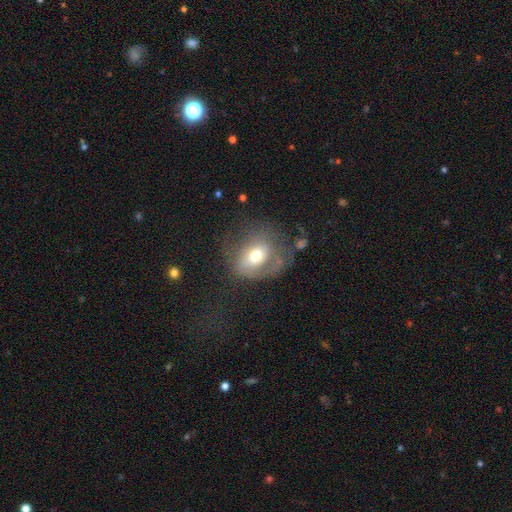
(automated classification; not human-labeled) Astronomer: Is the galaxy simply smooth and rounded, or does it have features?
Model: smooth — 55% (runner-up: featured or disk, 35%).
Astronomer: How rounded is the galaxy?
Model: round — 52% (runner-up: in between, 47%).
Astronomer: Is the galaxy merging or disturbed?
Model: none — 37% (runner-up: major disturbance, 34%).